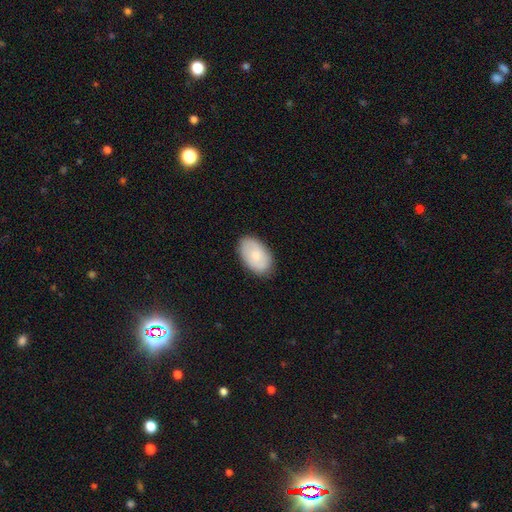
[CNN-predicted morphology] Smooth or featured? smooth (75%)
How rounded? in between (93%)
Merging? none (85%)